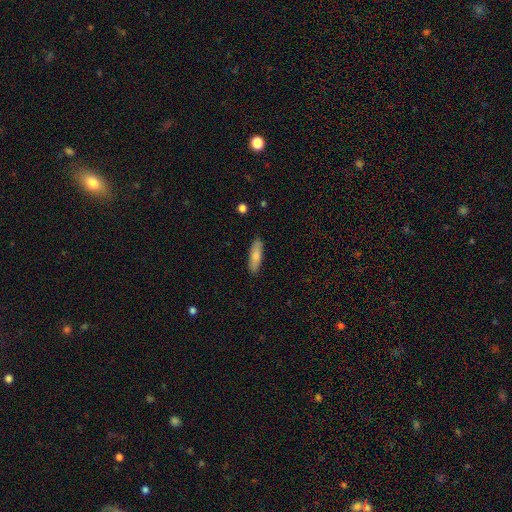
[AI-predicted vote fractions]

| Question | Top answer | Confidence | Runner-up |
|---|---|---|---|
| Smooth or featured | smooth | 77% | featured or disk (17%) |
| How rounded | cigar-shaped | 58% | in between (40%) |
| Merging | none | 88% | minor disturbance (9%) |